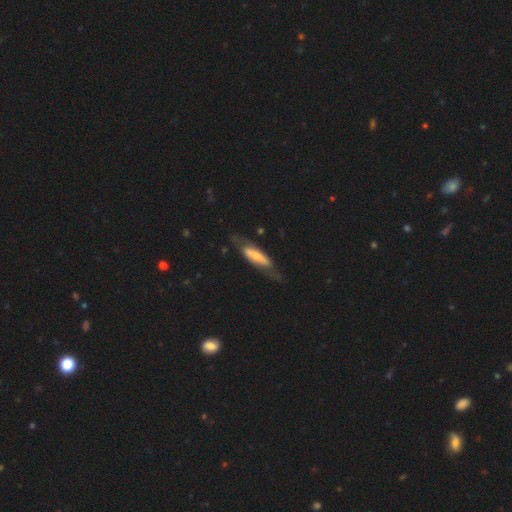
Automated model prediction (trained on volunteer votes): The model was most divided on "smooth or featured": featured or disk: 55%, smooth: 40%, star or artifact: 5%. More confident: edge-on disk — no (61%); merging — none (58%).